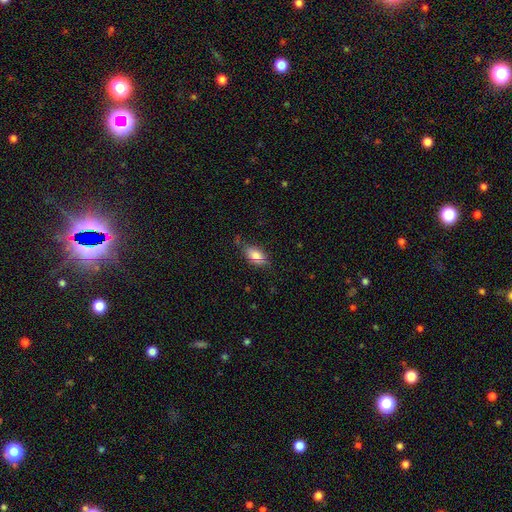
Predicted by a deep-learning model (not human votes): Morphology: type=smooth (76%); roundness=in between (87%); merging=none (68%).